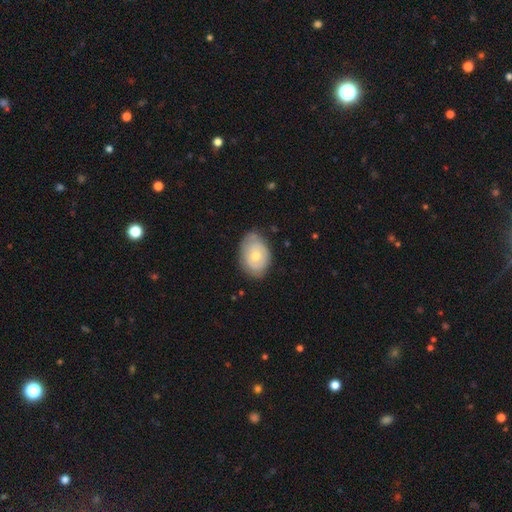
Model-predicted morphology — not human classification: smooth_or_featured: smooth (p=0.50) [alt: featured or disk p=0.44]
merging: none (p=0.66) [alt: minor disturbance p=0.27]